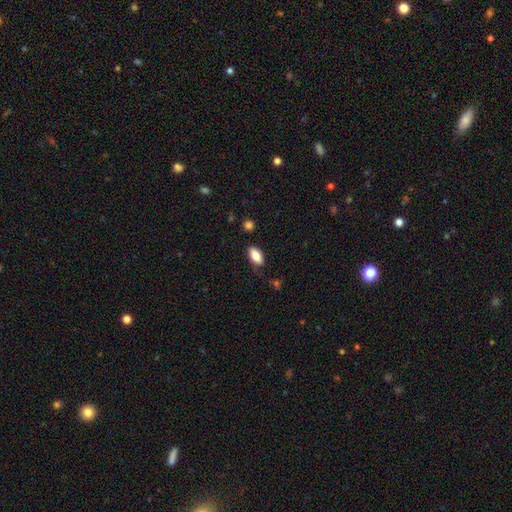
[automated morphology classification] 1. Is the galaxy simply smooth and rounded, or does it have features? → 84% smooth, 8% featured or disk, 7% star or artifact.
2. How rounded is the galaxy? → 91% in between, 5% cigar-shaped, 3% round.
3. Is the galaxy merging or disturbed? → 78% none, 17% minor disturbance, 3% major disturbance, 2% merger.